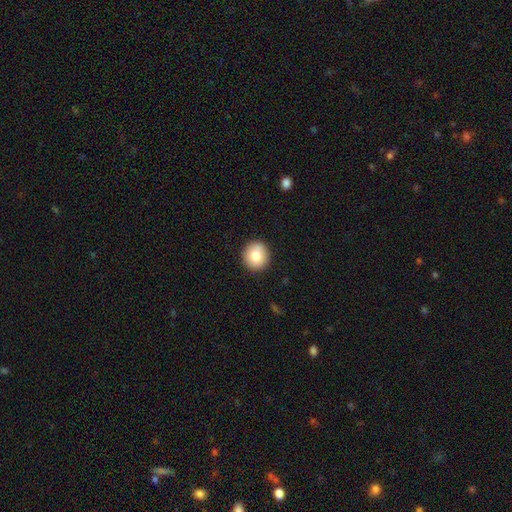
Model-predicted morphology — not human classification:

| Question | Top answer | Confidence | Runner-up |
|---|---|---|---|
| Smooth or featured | smooth | 81% | featured or disk (10%) |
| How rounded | round | 91% | in between (8%) |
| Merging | none | 90% | minor disturbance (7%) |